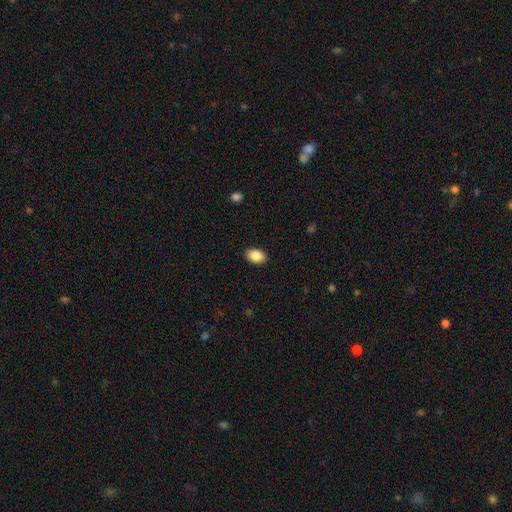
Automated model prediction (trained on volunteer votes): A smooth galaxy with no disk features (87%) that is in between round and cigar-shaped (81%). Merging: none (89%).